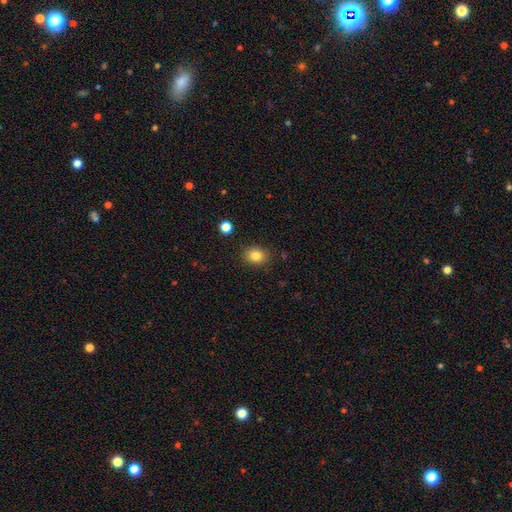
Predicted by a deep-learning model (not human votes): smooth_or_featured: smooth (p=0.83) [alt: star or artifact p=0.11]
how_rounded: in between (p=0.52) [alt: round p=0.47]
merging: none (p=0.86) [alt: minor disturbance p=0.10]